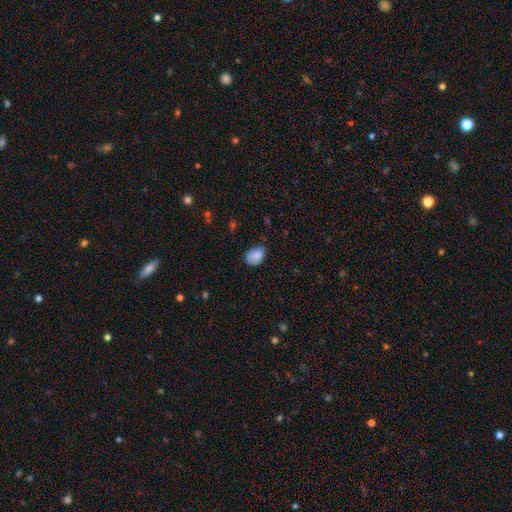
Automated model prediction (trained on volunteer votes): The model was most divided on "merging": none: 66%, minor disturbance: 27%, major disturbance: 5%, merger: 2%. More confident: smooth or featured — smooth (83%); how rounded — in between (77%).